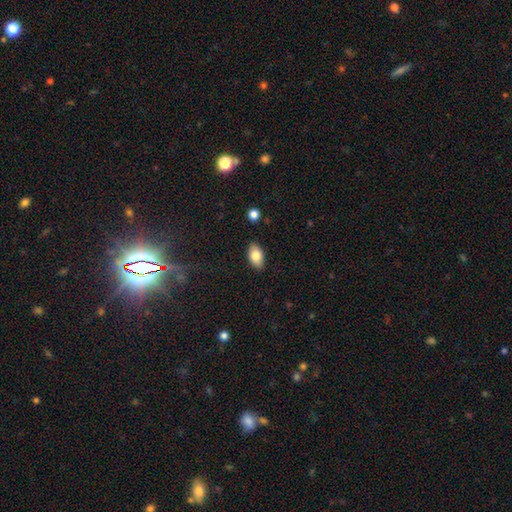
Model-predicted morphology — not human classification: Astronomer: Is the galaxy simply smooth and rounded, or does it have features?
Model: smooth — 81%.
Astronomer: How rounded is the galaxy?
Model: in between — 92%.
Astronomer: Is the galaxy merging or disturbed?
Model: none — 87%.